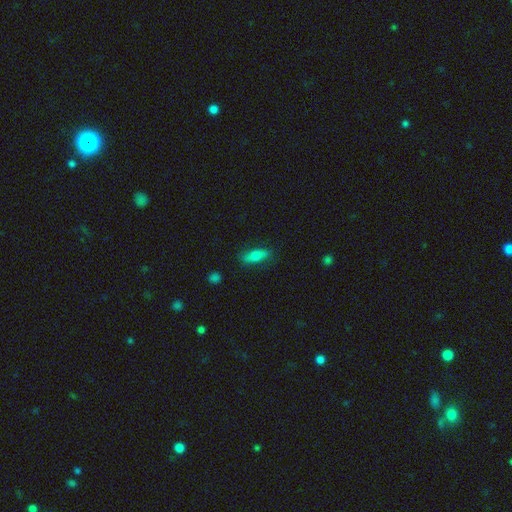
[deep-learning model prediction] smooth_or_featured: smooth (p=0.68) [alt: featured or disk p=0.25]
how_rounded: in between (p=0.57) [alt: cigar-shaped p=0.40]
merging: none (p=0.81) [alt: minor disturbance p=0.14]